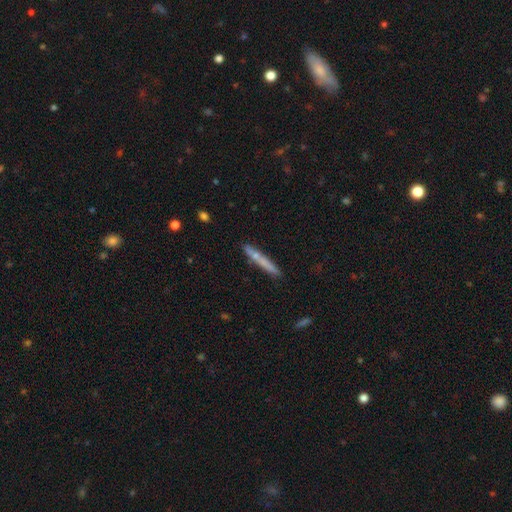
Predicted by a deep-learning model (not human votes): This is possibly a smooth galaxy (55%). How rounded: clearly cigar-shaped (95%). Merging: clearly none (81%).